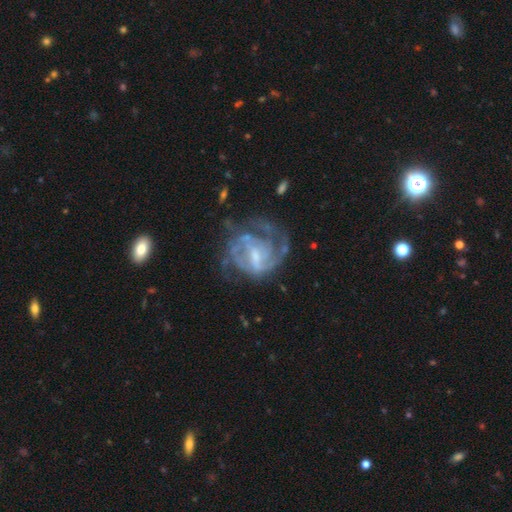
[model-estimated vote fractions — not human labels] featured or disk 87%, smooth 7%, star or artifact 6%. Down the decision tree: edge-on disk — no (98%); bar — weak (55%); spiral arms — yes (92%); spiral arm count — 2 (37%); spiral winding — tight (45%); bulge size — small (43%); merging — none (52%).